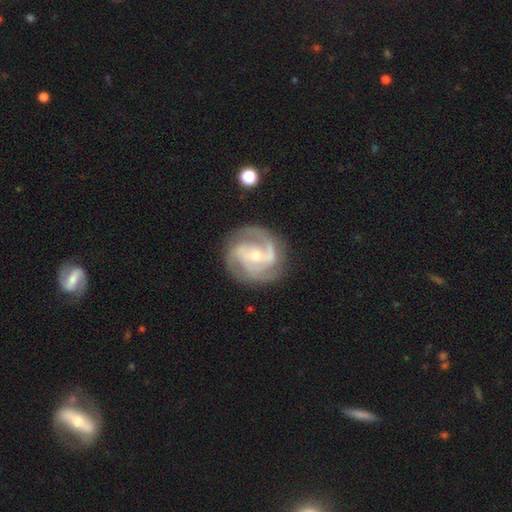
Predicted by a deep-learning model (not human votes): smooth-or-featured: featured or disk: 90% | smooth: 5% | star or artifact: 5%
  disk-edge-on: no: 98% | yes: 2%
    bar: no: 38% (tied) | weak: 38% (tied) | strong: 24%
    has-spiral-arms: yes: 98% | no: 2%
      spiral-winding: tight: 46% | medium: 45% | loose: 9%
      spiral-arm-count: 3: 44% | 2: 33% | can't tell: 9% | 4: 6% | 1: 4% | more than 4: 4%
    bulge-size: small: 56% | moderate: 41% | large: 1% | none: 1% | dominant: 1%
  merging: none: 80% | minor disturbance: 14% | major disturbance: 5% | merger: 1%